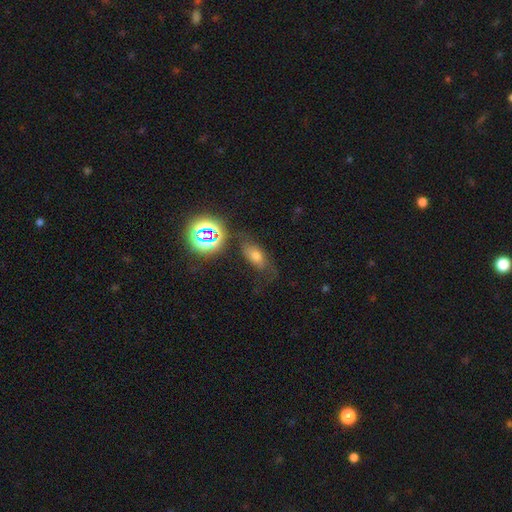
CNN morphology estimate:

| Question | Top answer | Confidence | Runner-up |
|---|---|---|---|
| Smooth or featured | smooth | 52% | star or artifact (26%) |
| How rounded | in between | 80% | round (11%) |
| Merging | none | 56% | minor disturbance (23%) |